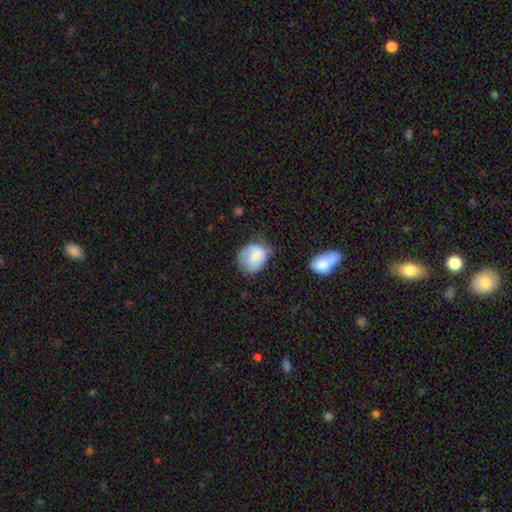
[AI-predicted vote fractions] smooth 63%, featured or disk 30%, star or artifact 7%. Down the decision tree: how rounded — round (60%); merging — none (47%).